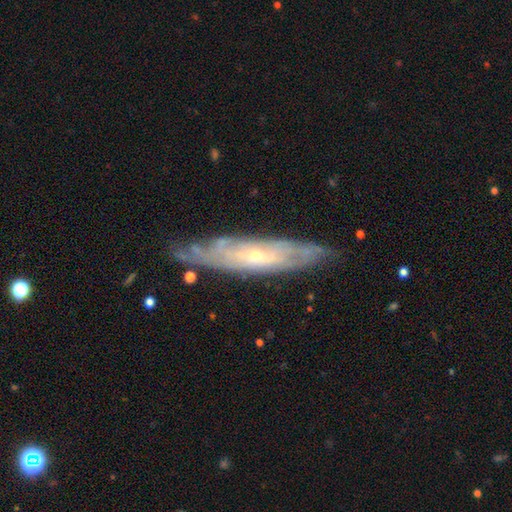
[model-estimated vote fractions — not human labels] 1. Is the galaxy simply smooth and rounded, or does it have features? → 77% featured or disk, 17% smooth, 6% star or artifact.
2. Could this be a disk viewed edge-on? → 60% no, 40% yes.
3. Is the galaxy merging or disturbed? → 77% none, 17% minor disturbance, 4% major disturbance, 2% merger.